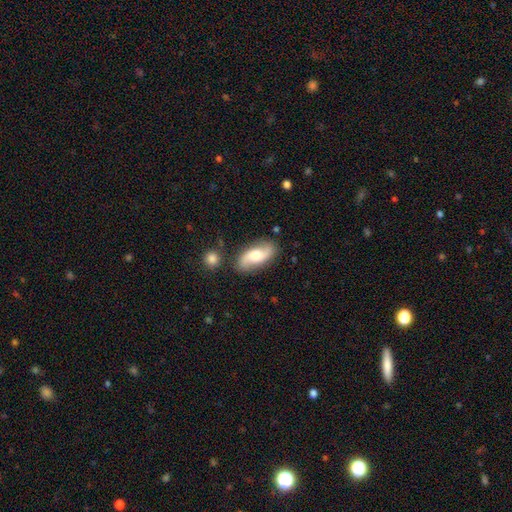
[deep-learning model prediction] Smooth or featured?
  - featured or disk: 64% *
  - smooth: 30%
  - star or artifact: 6%
Edge-on disk?
  - no: 93% *
  - yes: 7%
Bar?
  - no: 58% *
  - weak: 33%
  - strong: 9%
Spiral arms?
  - yes: 92% *
  - no: 8%
Spiral winding?
  - loose: 60% *
  - medium: 30%
  - tight: 11%
Spiral arm count?
  - 2: 91% *
  - can't tell: 5%
  - 1: 2%
  - 3: 1%
  - 4: 1%
  - more than 4: 1%
Bulge size?
  - moderate: 60% *
  - small: 18%
  - large: 17%
  - none: 3%
  - dominant: 2%
Merging?
  - none: 79% *
  - minor disturbance: 14%
  - merger: 4%
  - major disturbance: 4%